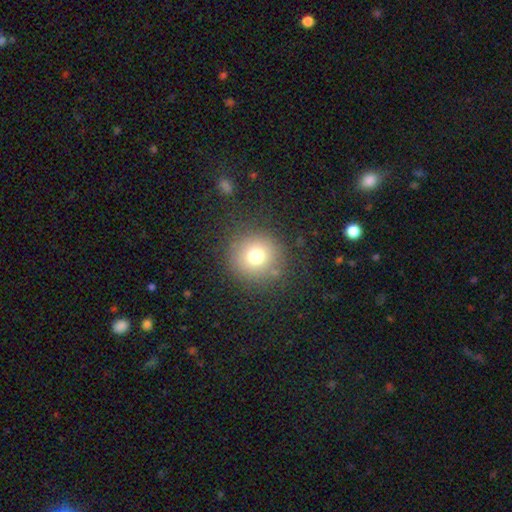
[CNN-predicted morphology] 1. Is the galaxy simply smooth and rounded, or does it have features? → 73% smooth, 15% star or artifact, 11% featured or disk.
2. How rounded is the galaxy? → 94% round, 5% in between, 1% cigar-shaped.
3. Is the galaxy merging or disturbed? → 85% none, 9% minor disturbance, 5% major disturbance, 2% merger.